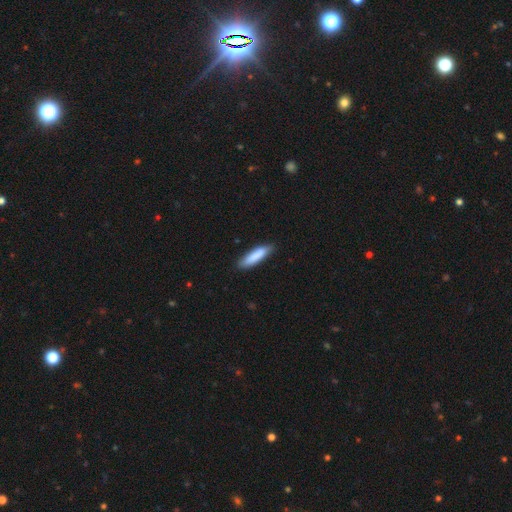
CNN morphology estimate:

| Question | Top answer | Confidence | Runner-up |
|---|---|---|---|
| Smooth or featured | smooth | 86% | featured or disk (9%) |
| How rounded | cigar-shaped | 70% | in between (29%) |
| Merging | none | 83% | minor disturbance (13%) |